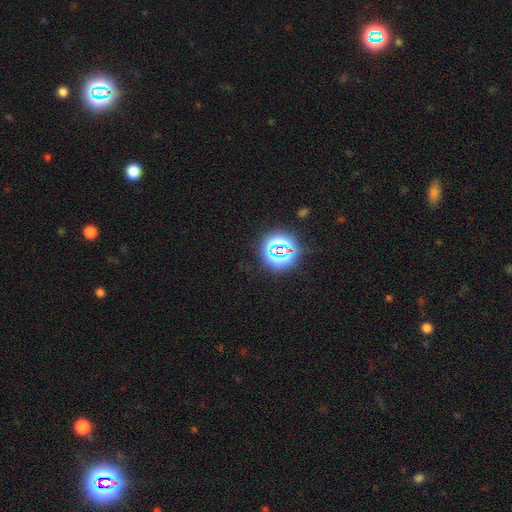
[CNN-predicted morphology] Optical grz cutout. It shows a star or artifact, not a galaxy (77%).